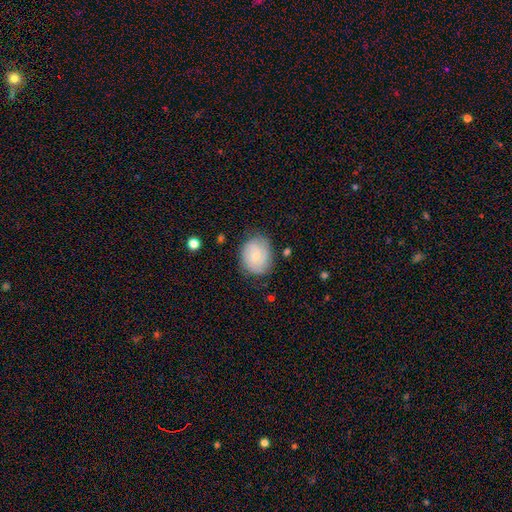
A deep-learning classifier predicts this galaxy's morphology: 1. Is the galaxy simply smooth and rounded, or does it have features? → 46% smooth (tied), 46% featured or disk (tied), 7% star or artifact.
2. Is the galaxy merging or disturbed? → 75% none, 19% minor disturbance, 5% major disturbance, 1% merger.